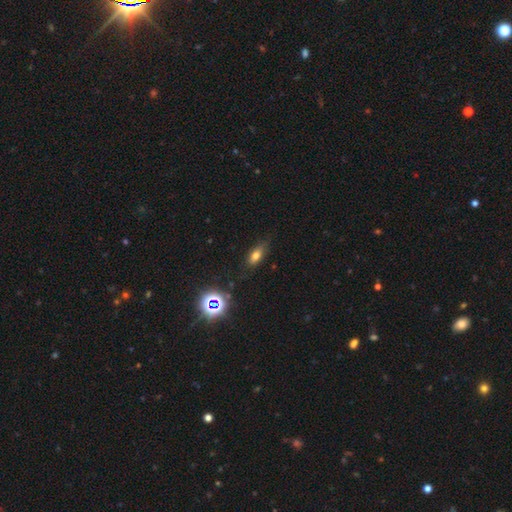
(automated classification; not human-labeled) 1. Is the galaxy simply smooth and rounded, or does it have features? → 70% smooth, 16% star or artifact, 14% featured or disk.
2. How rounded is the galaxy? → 77% in between, 16% cigar-shaped, 7% round.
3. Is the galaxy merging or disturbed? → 73% none, 20% minor disturbance, 5% major disturbance, 2% merger.